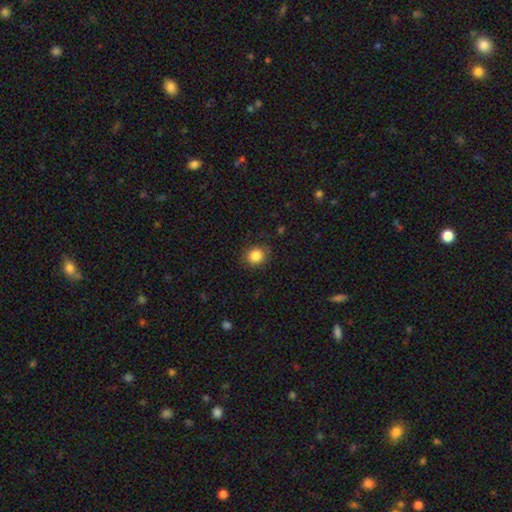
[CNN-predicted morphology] Smooth or featured? smooth (85%)
How rounded? round (78%)
Merging? none (85%)